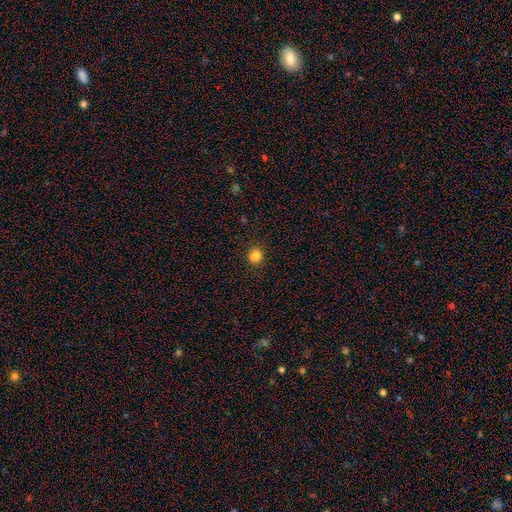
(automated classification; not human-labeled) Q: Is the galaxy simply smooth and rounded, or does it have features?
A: smooth — 84%.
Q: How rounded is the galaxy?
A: round — 89%.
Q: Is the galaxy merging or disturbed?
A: none — 90%.